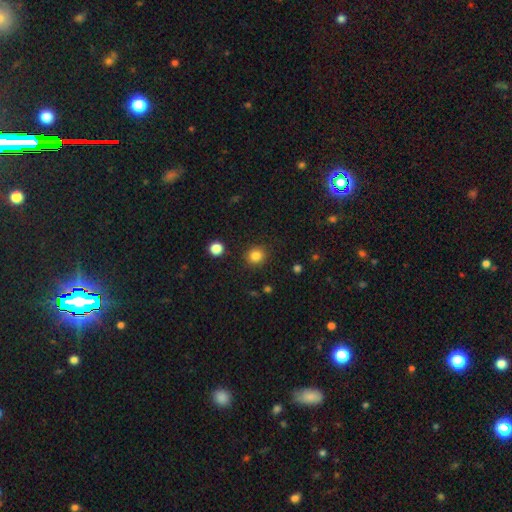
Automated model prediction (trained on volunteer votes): smooth_or_featured: smooth (p=0.84) [alt: star or artifact p=0.12]
how_rounded: round (p=0.88) [alt: in between p=0.11]
merging: none (p=0.90) [alt: minor disturbance p=0.06]